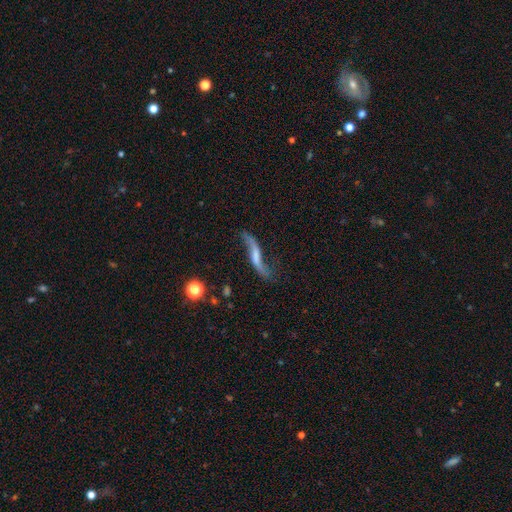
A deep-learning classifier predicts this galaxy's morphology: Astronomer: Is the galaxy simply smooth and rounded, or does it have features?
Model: featured or disk — 80%.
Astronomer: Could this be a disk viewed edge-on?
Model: no — 78%.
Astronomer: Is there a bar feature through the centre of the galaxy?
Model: no — 39% (runner-up: weak, 37%).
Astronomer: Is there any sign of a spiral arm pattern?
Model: yes — 92%.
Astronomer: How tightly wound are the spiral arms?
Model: loose — 95%.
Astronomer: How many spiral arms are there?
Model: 2 — 92%.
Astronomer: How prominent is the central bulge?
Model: none — 39% (runner-up: small, 33%).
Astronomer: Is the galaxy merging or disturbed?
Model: none — 65%.